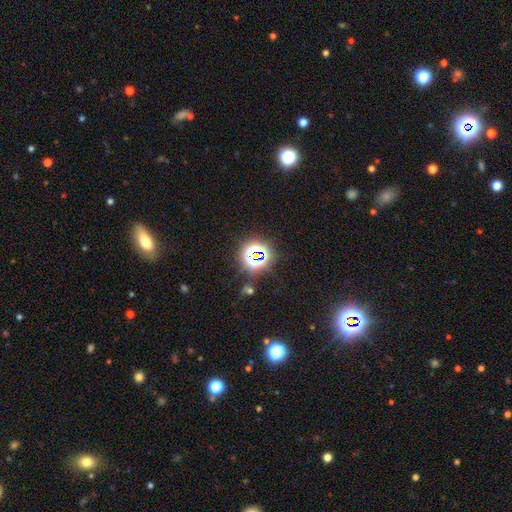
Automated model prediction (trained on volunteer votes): A star or artifact, not a galaxy (70%).